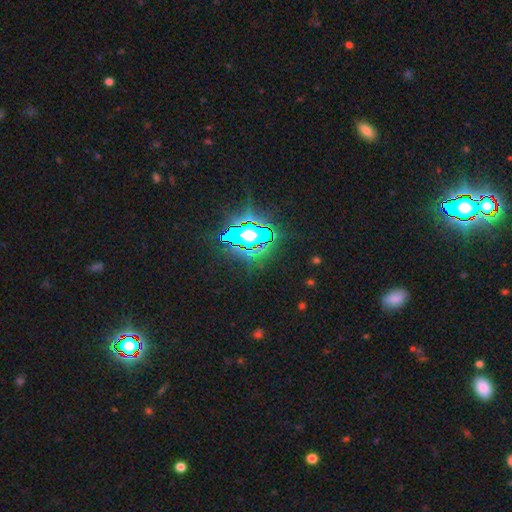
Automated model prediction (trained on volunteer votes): The model was most divided on "smooth or featured": star or artifact: 84%, smooth: 9%, featured or disk: 7%.